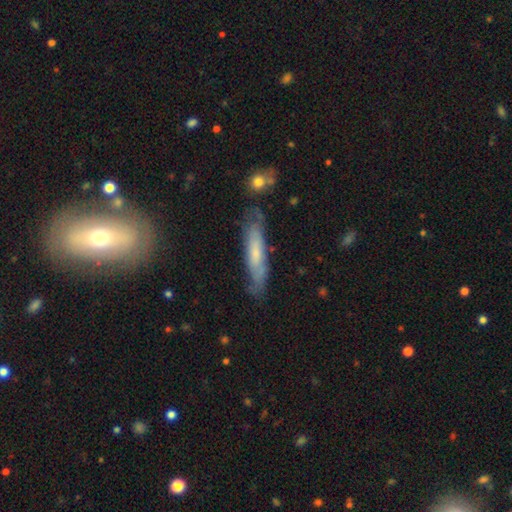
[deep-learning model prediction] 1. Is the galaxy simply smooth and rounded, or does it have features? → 52% smooth, 42% featured or disk, 6% star or artifact.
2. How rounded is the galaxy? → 80% cigar-shaped, 18% in between, 2% round.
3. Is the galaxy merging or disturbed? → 72% none, 20% minor disturbance, 5% major disturbance, 3% merger.